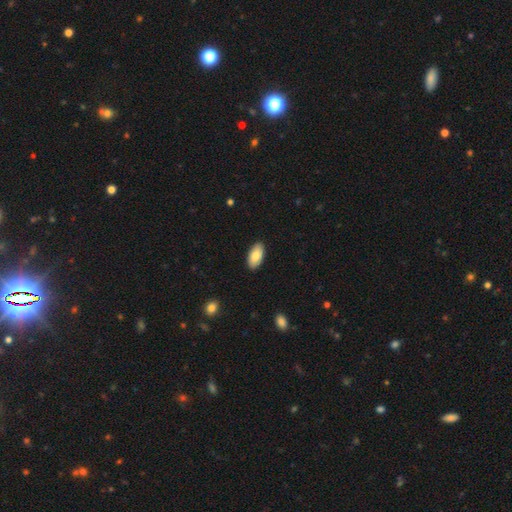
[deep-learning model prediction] Morphology: type=smooth (83%); roundness=in between (94%); merging=none (90%).